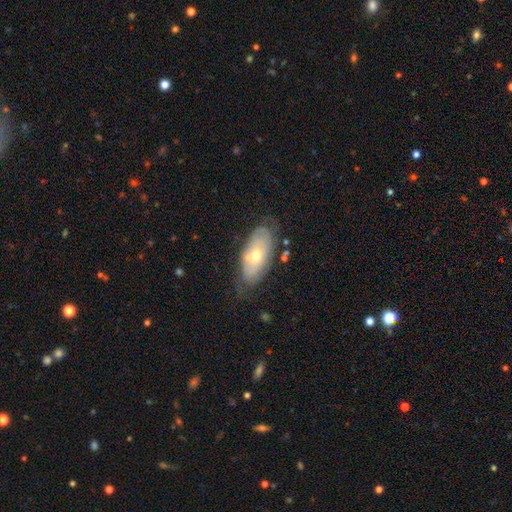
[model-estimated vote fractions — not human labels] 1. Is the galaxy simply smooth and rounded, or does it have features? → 50% featured or disk, 43% smooth, 7% star or artifact.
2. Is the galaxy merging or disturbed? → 68% none, 21% minor disturbance, 7% major disturbance, 4% merger.